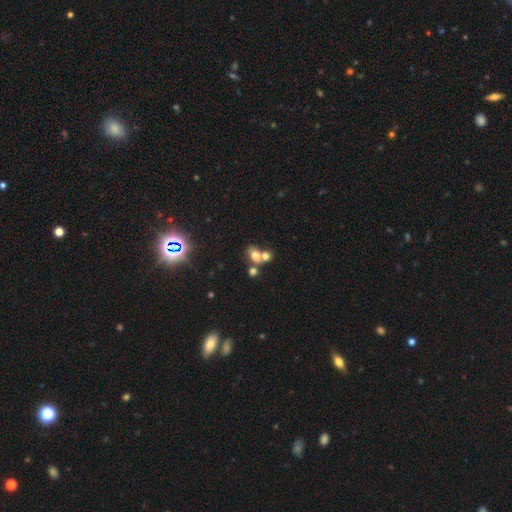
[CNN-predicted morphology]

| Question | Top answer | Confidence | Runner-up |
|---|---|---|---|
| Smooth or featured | smooth | 70% | star or artifact (16%) |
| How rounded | in between | 56% | round (42%) |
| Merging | merger | 53% | none (35%) |